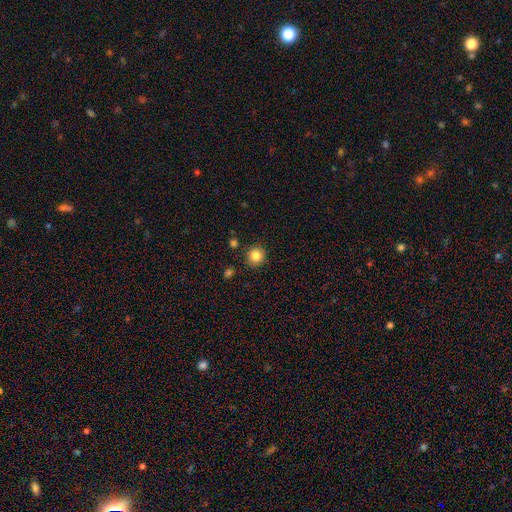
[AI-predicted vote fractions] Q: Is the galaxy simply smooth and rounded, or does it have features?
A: smooth — 84%.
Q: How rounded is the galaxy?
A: round — 92%.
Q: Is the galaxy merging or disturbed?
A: none — 89%.